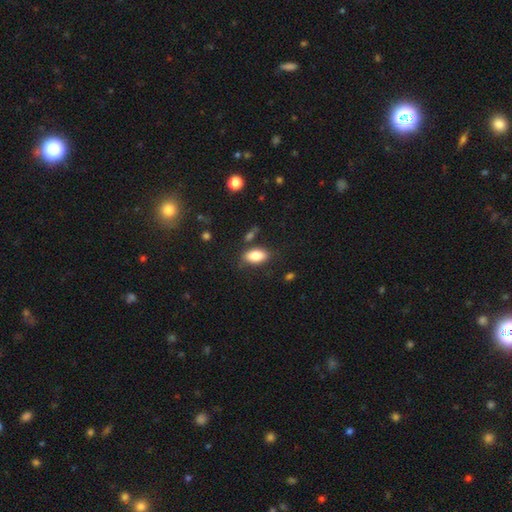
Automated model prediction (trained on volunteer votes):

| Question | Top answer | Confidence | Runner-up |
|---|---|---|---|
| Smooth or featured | smooth | 84% | featured or disk (8%) |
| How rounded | in between | 91% | round (5%) |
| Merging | none | 80% | minor disturbance (13%) |